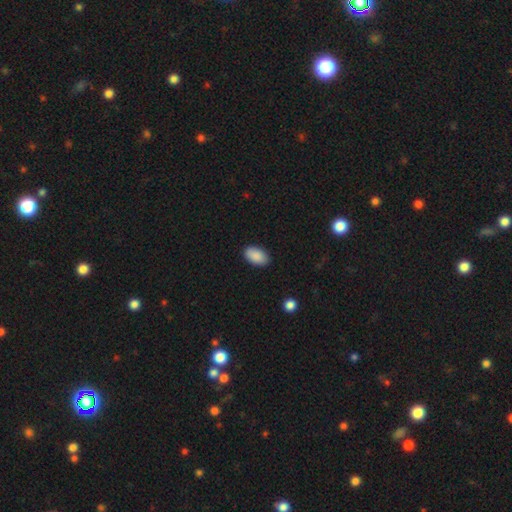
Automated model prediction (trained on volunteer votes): This is clearly a smooth galaxy (90%). How rounded: clearly in between (95%). Merging: clearly none (88%).